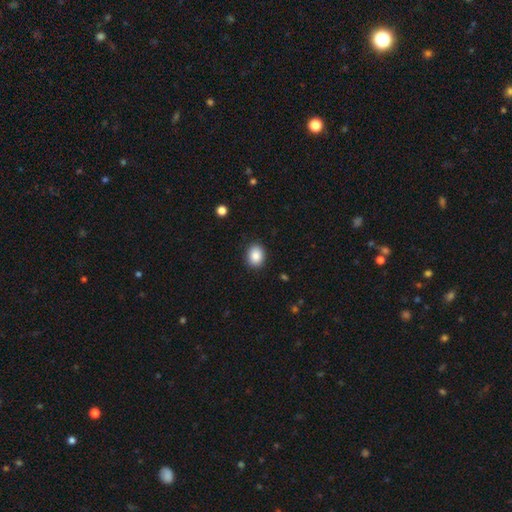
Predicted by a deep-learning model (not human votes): smooth 88%, star or artifact 8%, featured or disk 4%. Down the decision tree: how rounded — in between (52%); merging — none (89%).